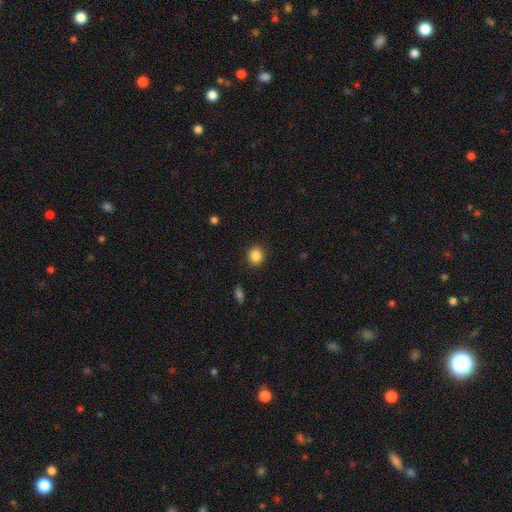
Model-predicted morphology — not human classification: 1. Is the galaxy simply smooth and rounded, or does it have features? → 86% smooth, 10% star or artifact, 4% featured or disk.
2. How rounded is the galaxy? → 80% round, 19% in between, 1% cigar-shaped.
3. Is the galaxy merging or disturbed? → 90% none, 7% minor disturbance, 2% major disturbance, 1% merger.